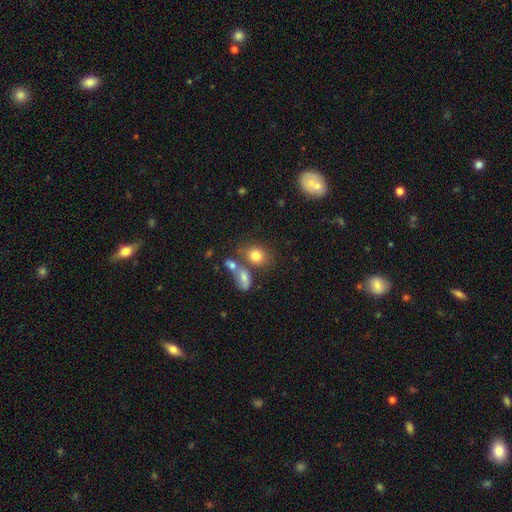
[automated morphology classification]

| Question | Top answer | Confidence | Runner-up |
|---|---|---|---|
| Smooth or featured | smooth | 79% | star or artifact (11%) |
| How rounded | round | 53% | in between (45%) |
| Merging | none | 55% | merger (27%) |